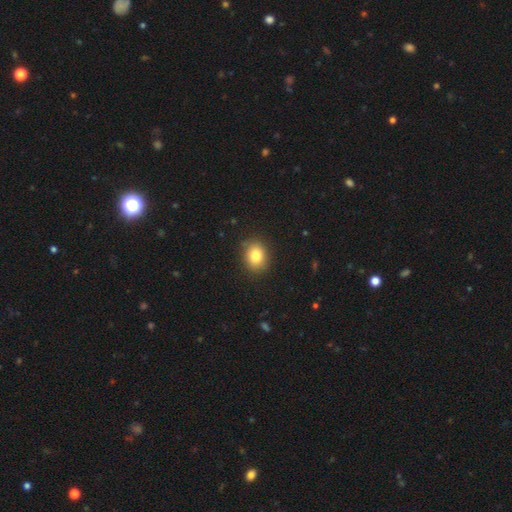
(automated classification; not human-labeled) A smooth galaxy with no disk features (82%) that is in between round and cigar-shaped (50%).

Vote fractions:
- Smooth or featured? smooth: 82% / star or artifact: 10% / featured or disk: 8%
- How rounded? in between: 50% / round: 49% / cigar-shaped: 1%
- Merging? none: 87% / minor disturbance: 10% / major disturbance: 2% / merger: 1%